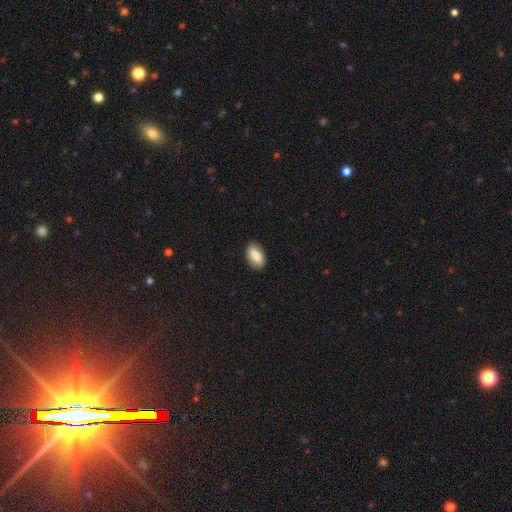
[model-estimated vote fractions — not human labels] smooth_or_featured: smooth (p=0.85) [alt: featured or disk p=0.08]
how_rounded: in between (p=0.93) [alt: round p=0.05]
merging: none (p=0.88) [alt: minor disturbance p=0.09]